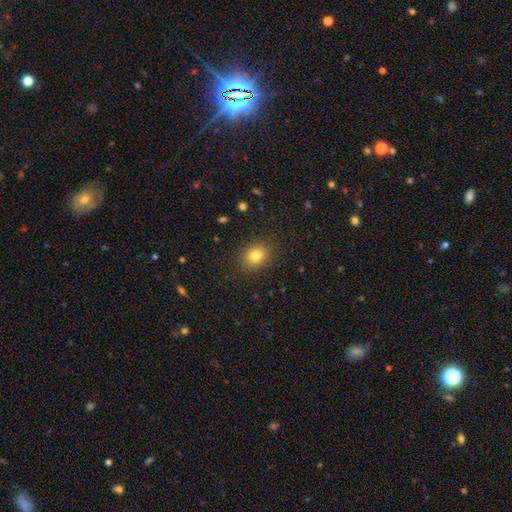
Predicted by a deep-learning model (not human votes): smooth_or_featured: smooth (p=0.81) [alt: star or artifact p=0.12]
how_rounded: round (p=0.55) [alt: in between p=0.44]
merging: none (p=0.88) [alt: minor disturbance p=0.08]